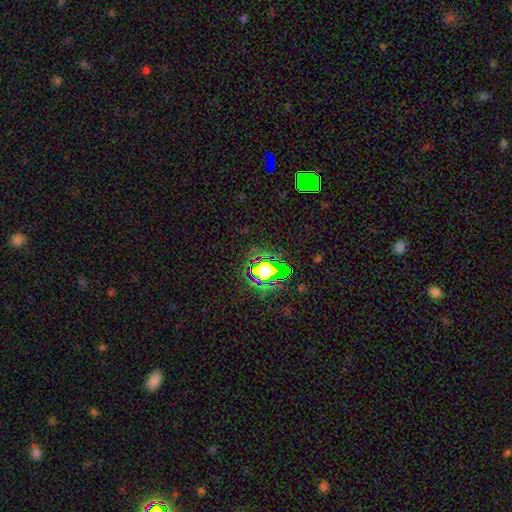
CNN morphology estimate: Smooth or featured: star or artifact — 79% (smooth — 13%)